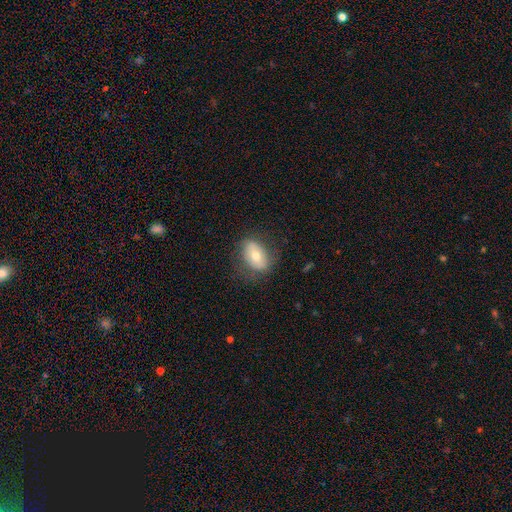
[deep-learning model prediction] Smooth or featured: smooth — 62% (featured or disk — 30%)
How rounded: in between — 83% (round — 15%)
Merging: none — 73% (minor disturbance — 19%)